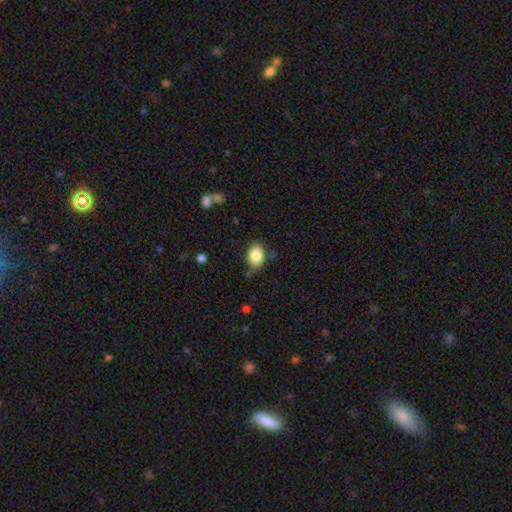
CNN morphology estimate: Smooth or featured: smooth — 86% (star or artifact — 8%)
How rounded: in between — 83% (round — 16%)
Merging: none — 81% (minor disturbance — 13%)